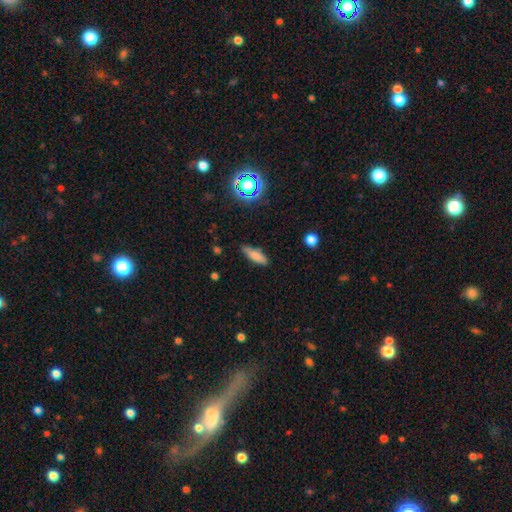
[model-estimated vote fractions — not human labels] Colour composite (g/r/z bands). It shows a smooth galaxy with no disk features (74%) that is in between round and cigar-shaped (49%). Merging: none (80%).